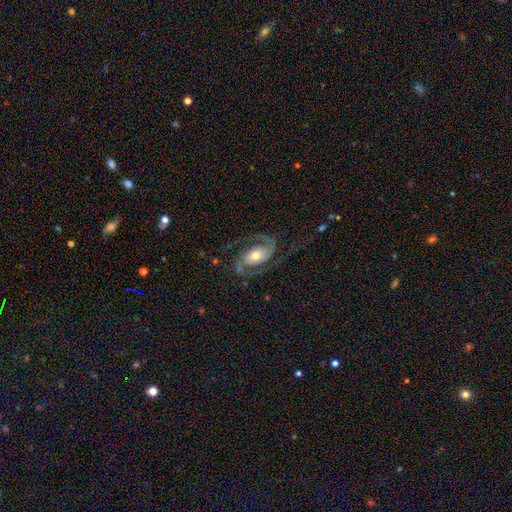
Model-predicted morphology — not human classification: Smooth or featured? featured or disk (90%)
Edge-on disk? no (97%)
Bar? no (50%)
Spiral arms? yes (98%)
Spiral winding? medium (56%)
Spiral arm count? 2 (94%)
Bulge size? moderate (61%)
Merging? none (76%)